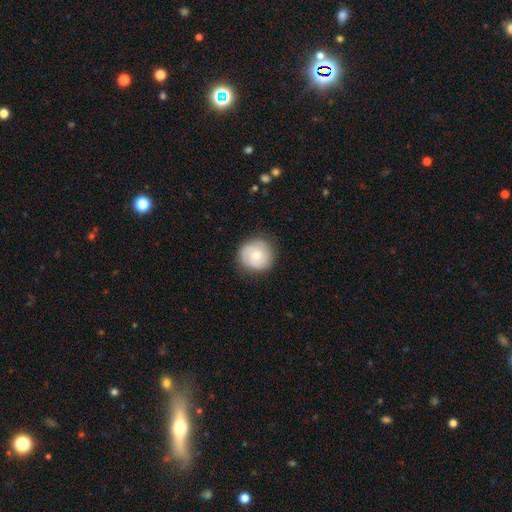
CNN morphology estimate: Smooth or featured: smooth — 50% (featured or disk — 43%)
How rounded: round — 92% (in between — 7%)
Merging: none — 82% (minor disturbance — 14%)